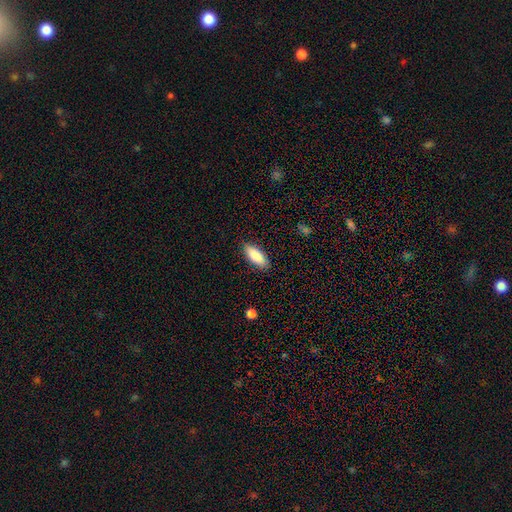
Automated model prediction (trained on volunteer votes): Q: Smooth or featured?
A: smooth (86%); runner-up: featured or disk (7%)
Q: How rounded?
A: in between (77%); runner-up: cigar-shaped (22%)
Q: Merging?
A: none (86%); runner-up: minor disturbance (11%)